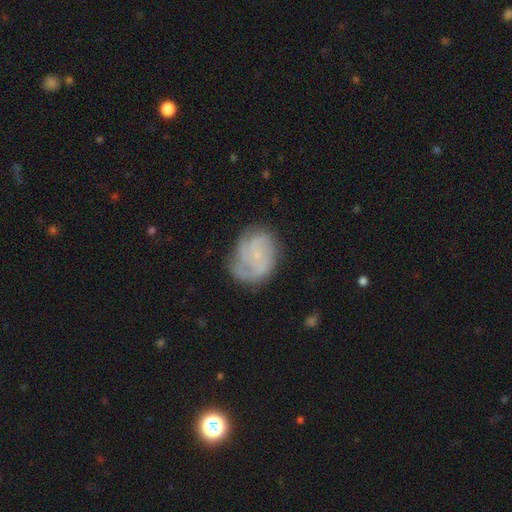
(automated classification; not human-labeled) This appears to be a featured or disk galaxy (72%) with no bar (70%), tight (47%) spiral arms (92%) and a small central bulge (74%). Merging: none (62%).